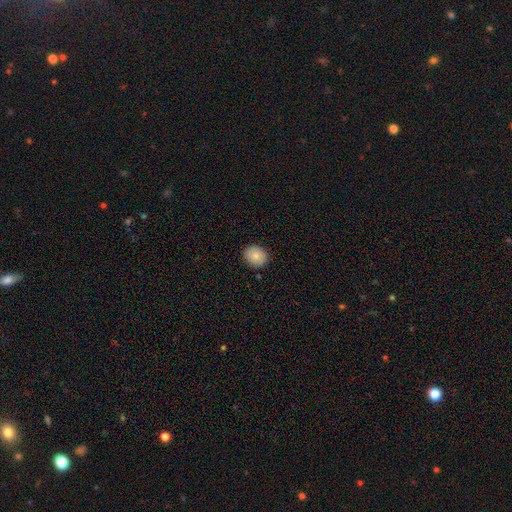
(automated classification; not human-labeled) The model was most divided on "how rounded": round: 71%, in between: 28%, cigar-shaped: 1%. More confident: merging — none (88%); smooth or featured — smooth (82%).